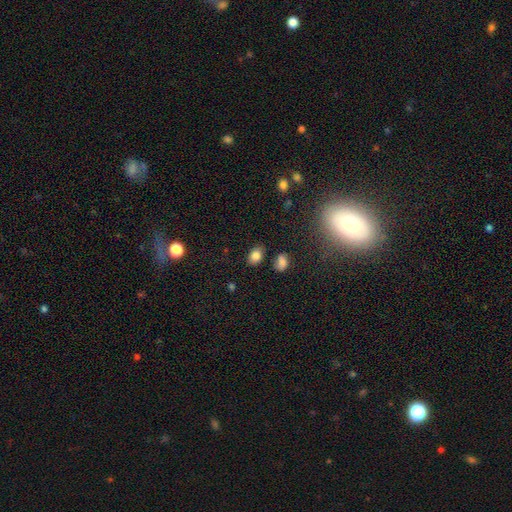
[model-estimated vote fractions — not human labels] This is clearly a smooth galaxy (83%). How rounded: likely in between (80%). Merging: likely none (79%).